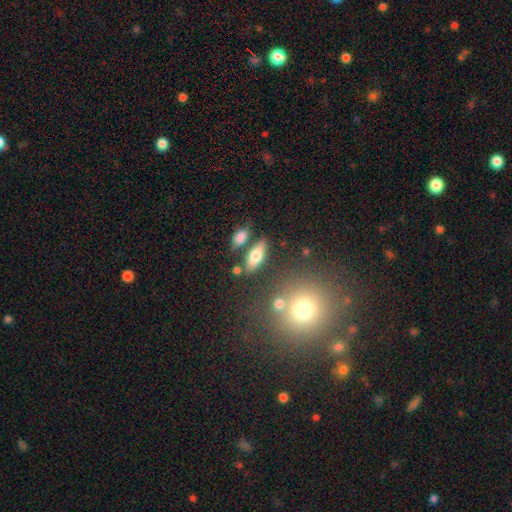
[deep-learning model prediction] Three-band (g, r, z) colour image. It shows a smooth galaxy with no disk features (72%) that is in between round and cigar-shaped (74%). Merging: none (73%).